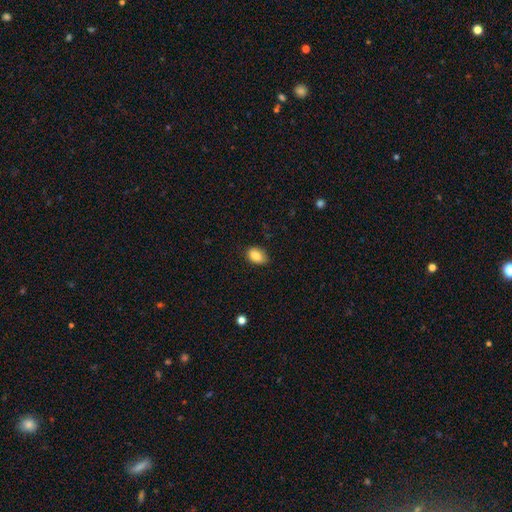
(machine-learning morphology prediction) type=smooth (84%); roundness=in between (82%); merging=none (79%).